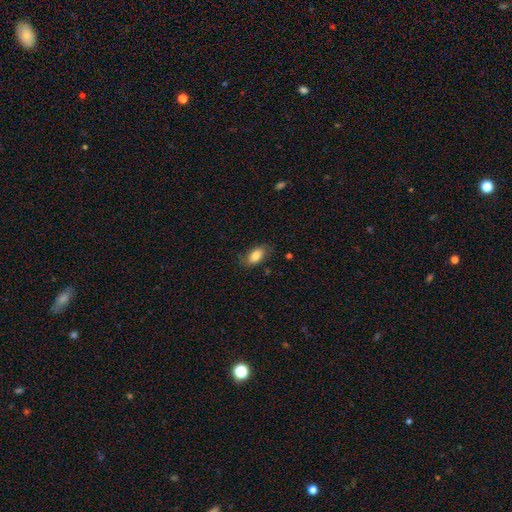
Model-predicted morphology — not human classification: Smooth or featured? smooth (80%)
How rounded? in between (90%)
Merging? none (75%)